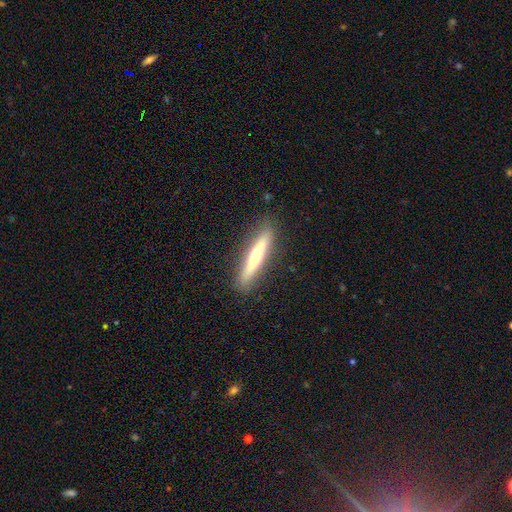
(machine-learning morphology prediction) The model was most divided on "smooth or featured": smooth: 52%, featured or disk: 42%, star or artifact: 6%. More confident: how rounded — cigar-shaped (92%); merging — none (89%).